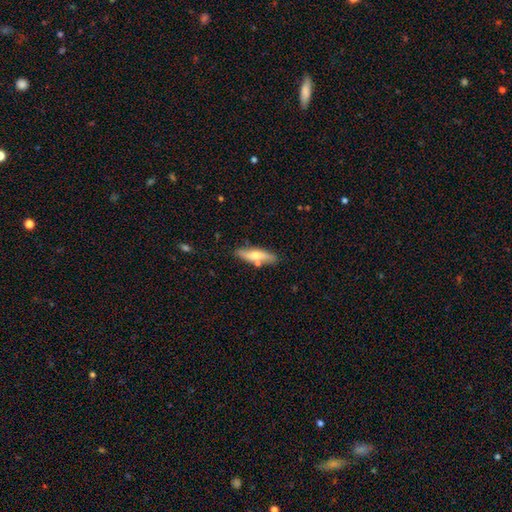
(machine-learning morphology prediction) Smooth or featured? smooth (58%)
How rounded? cigar-shaped (60%)
Merging? none (75%)